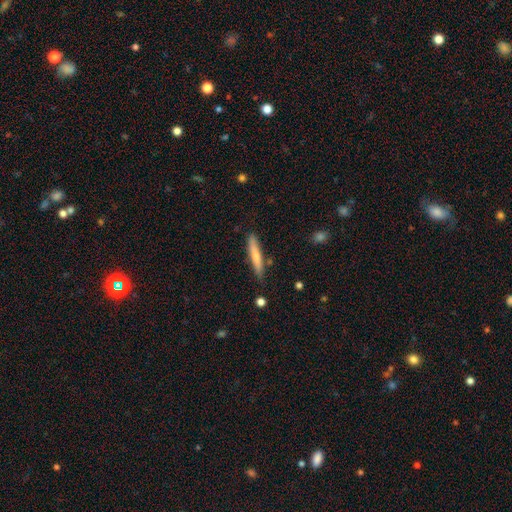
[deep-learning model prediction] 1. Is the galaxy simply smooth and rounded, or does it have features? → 70% smooth, 25% featured or disk, 6% star or artifact.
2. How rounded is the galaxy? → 93% cigar-shaped, 6% in between, 1% round.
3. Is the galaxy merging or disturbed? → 82% none, 13% minor disturbance, 3% merger, 2% major disturbance.